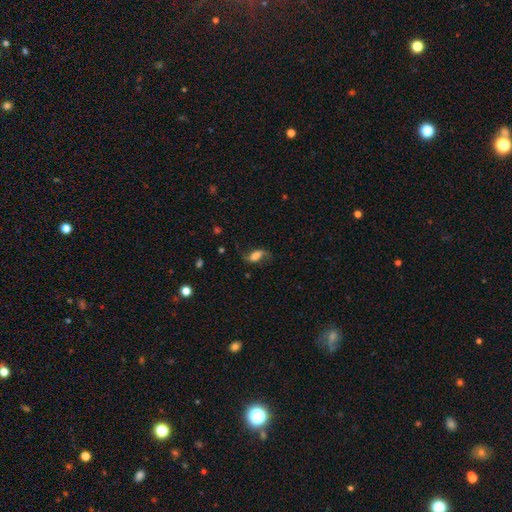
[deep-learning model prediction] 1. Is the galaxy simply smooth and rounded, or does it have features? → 51% featured or disk, 38% smooth, 10% star or artifact.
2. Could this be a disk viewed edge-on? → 90% no, 10% yes.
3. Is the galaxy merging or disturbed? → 67% none, 20% minor disturbance, 12% major disturbance, 2% merger.